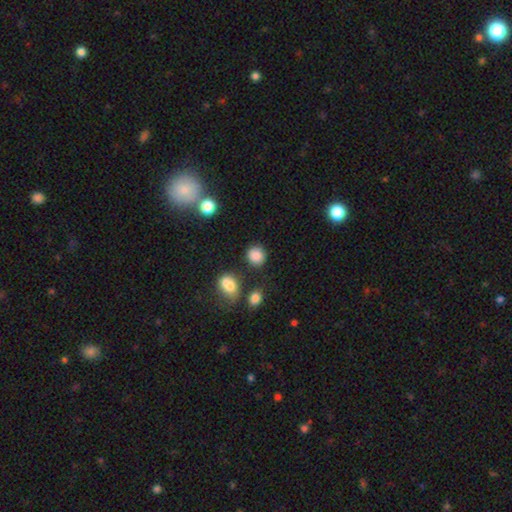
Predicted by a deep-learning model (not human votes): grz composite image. It shows a smooth galaxy with no disk features (85%) that is round (82%). Merging: none (80%).